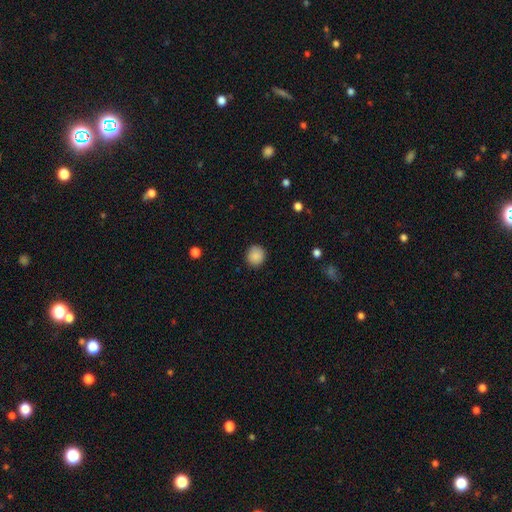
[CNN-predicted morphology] Smooth or featured: smooth — 88% (star or artifact — 9%)
How rounded: round — 87% (in between — 12%)
Merging: none — 89% (minor disturbance — 7%)